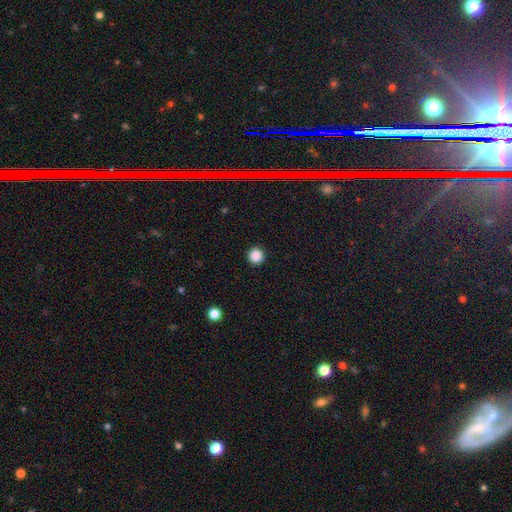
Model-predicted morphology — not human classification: Smooth or featured? smooth (87%)
How rounded? round (95%)
Merging? none (93%)